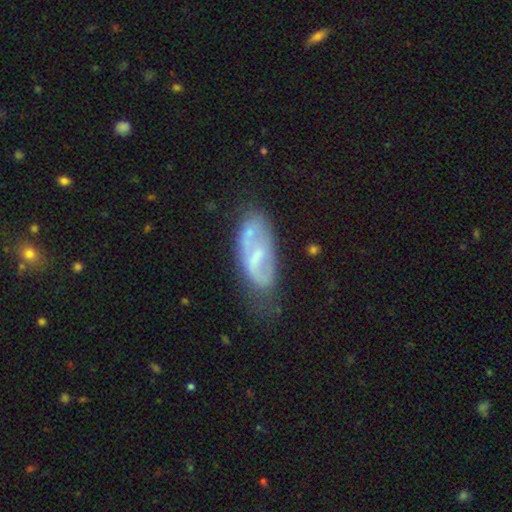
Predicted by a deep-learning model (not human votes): This appears to be a featured or disk galaxy (57%) with no bar (44%), no spiral arms (59%) and a small central bulge (40%). Merging: none (45%).